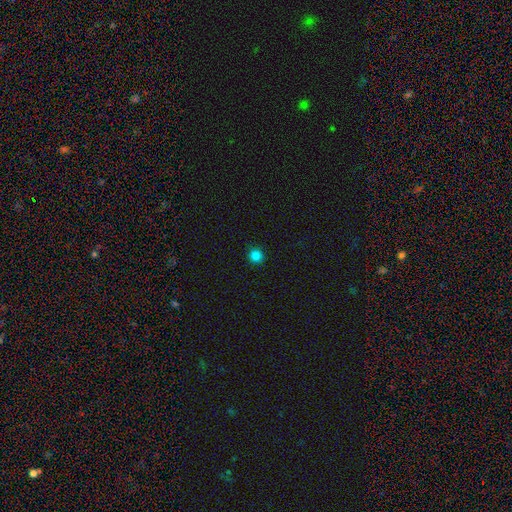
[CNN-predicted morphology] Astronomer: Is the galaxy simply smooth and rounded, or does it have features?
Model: smooth — 84%.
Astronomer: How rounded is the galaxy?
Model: round — 95%.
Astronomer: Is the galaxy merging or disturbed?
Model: none — 91%.